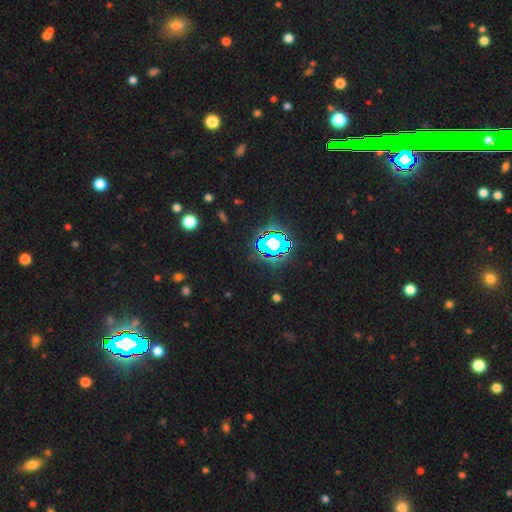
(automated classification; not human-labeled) This appears to be a star or artifact, not a galaxy (82%).